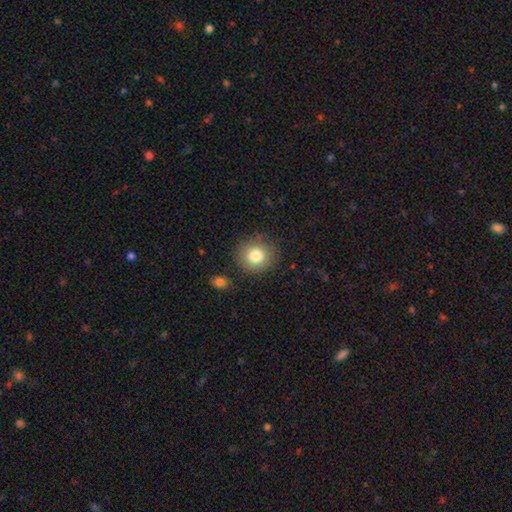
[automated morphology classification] smooth 81%, star or artifact 10%, featured or disk 9%. Down the decision tree: how rounded — round (90%); merging — none (86%).